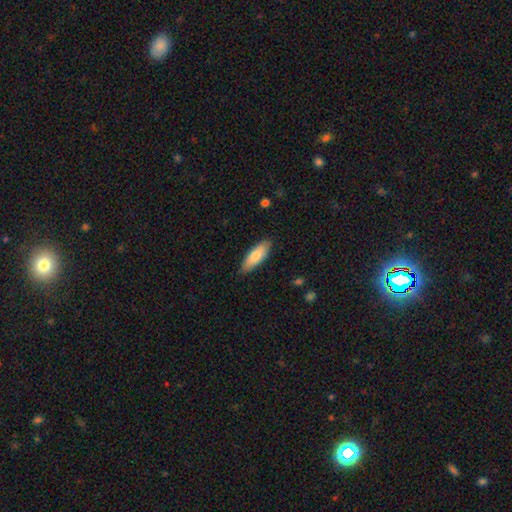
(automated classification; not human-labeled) This appears to be a smooth galaxy with no disk features (82%) that is in between round and cigar-shaped (61%). Merging: none (86%).